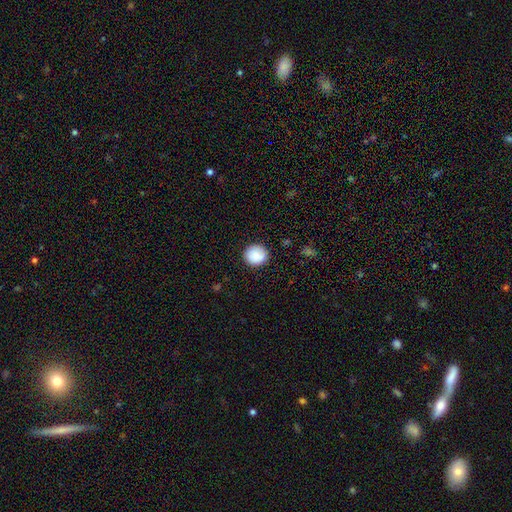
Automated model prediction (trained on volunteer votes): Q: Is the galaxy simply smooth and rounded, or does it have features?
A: smooth — 87%.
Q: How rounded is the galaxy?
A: round — 89%.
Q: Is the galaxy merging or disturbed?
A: none — 89%.